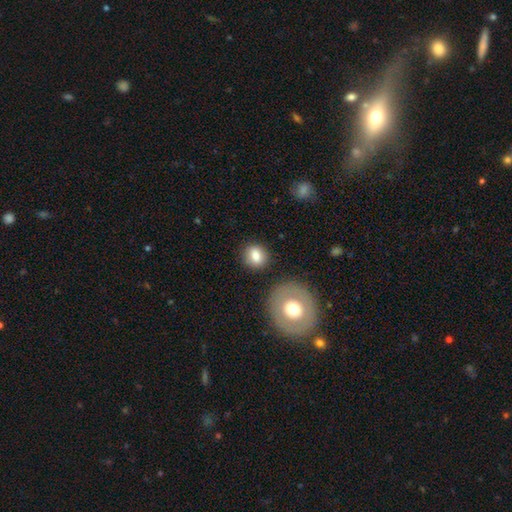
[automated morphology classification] smooth_or_featured: smooth (p=0.81) [alt: featured or disk p=0.11]
how_rounded: round (p=0.79) [alt: in between p=0.20]
merging: none (p=0.84) [alt: minor disturbance p=0.08]